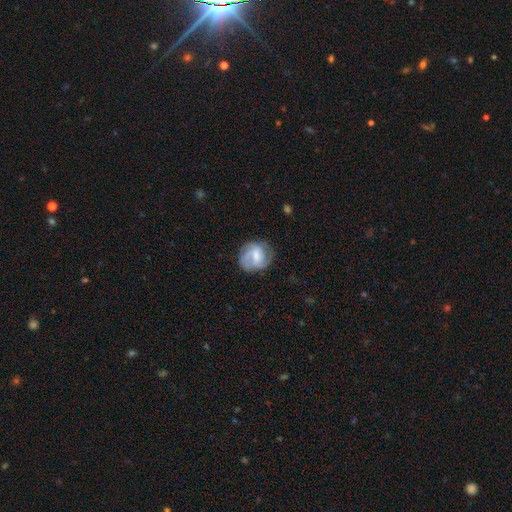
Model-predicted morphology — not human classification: type=featured or disk (56%); edge-on=no (97%); bar=weak (50%); spiral arms=yes (82%); bulge=moderate (40%); merging=none (63%).